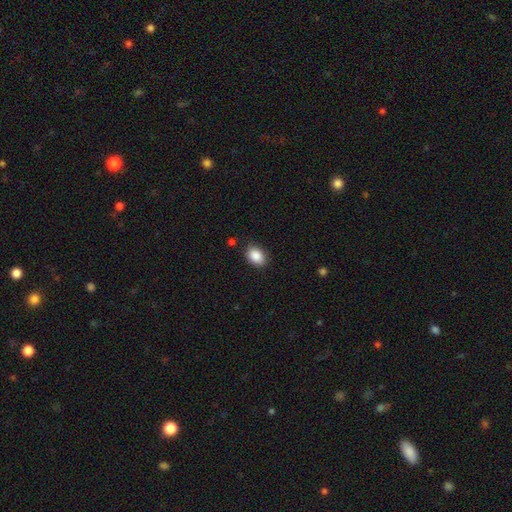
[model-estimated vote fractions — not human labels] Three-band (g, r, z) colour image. It shows a smooth galaxy with no disk features (88%) that is in between round and cigar-shaped (77%). Merging: none (84%).